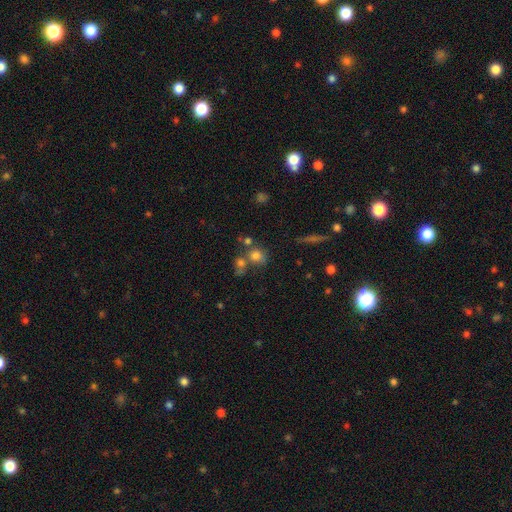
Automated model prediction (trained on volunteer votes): smooth-or-featured: smooth: 73% | star or artifact: 15% | featured or disk: 12%
  how-rounded: round: 76% | in between: 22% | cigar-shaped: 2%
  merging: none: 52% | merger: 32% | minor disturbance: 11% | major disturbance: 6%